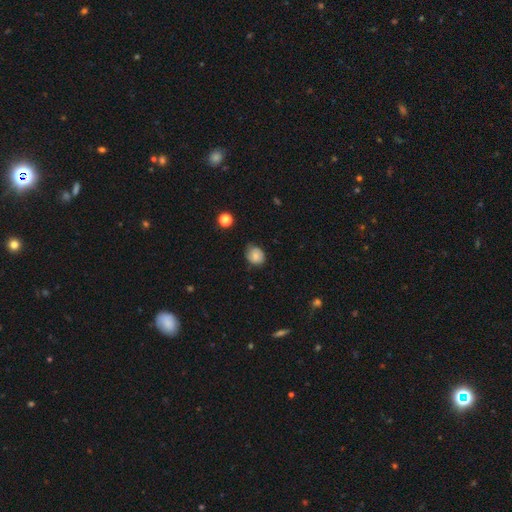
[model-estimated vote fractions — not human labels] This is likely a smooth galaxy (74%). How rounded: likely round (61%). Merging: likely none (62%).